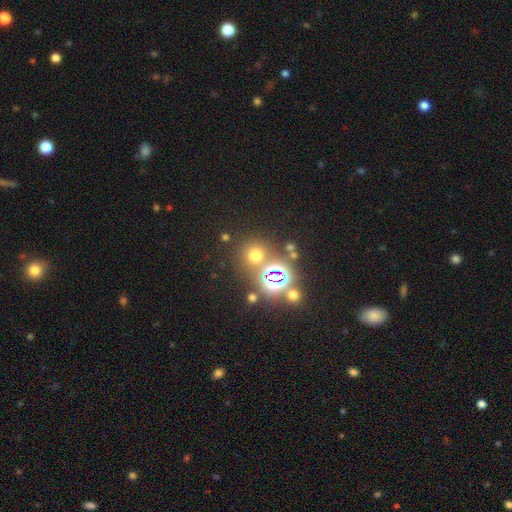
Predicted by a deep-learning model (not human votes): smooth-or-featured: smooth: 55% | star or artifact: 38% | featured or disk: 7%
  how-rounded: round: 91% | in between: 8% | cigar-shaped: 1%
  merging: none: 75% | merger: 12% | minor disturbance: 8% | major disturbance: 4%